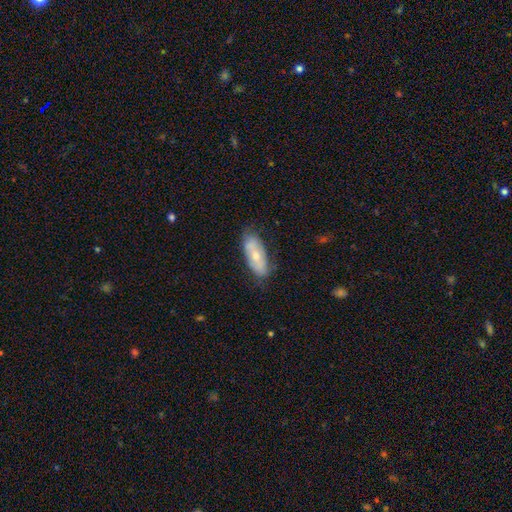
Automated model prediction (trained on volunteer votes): A smooth galaxy with no disk features (50%) that is in between round and cigar-shaped (78%).

Vote fractions:
- Smooth or featured? smooth: 50% / featured or disk: 43% / star or artifact: 7%
- How rounded? in between: 78% / cigar-shaped: 19% / round: 3%
- Merging? none: 69% / minor disturbance: 23% / major disturbance: 6% / merger: 2%